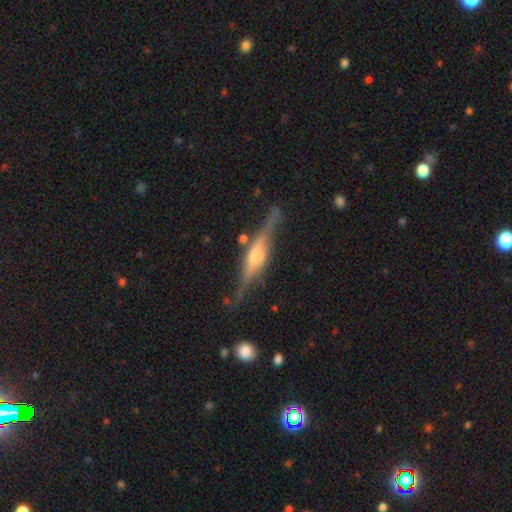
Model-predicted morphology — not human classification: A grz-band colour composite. It shows a featured or disk galaxy (82%) viewed edge-on (96%) with a rounded central bulge (82%). Merging: none (81%).